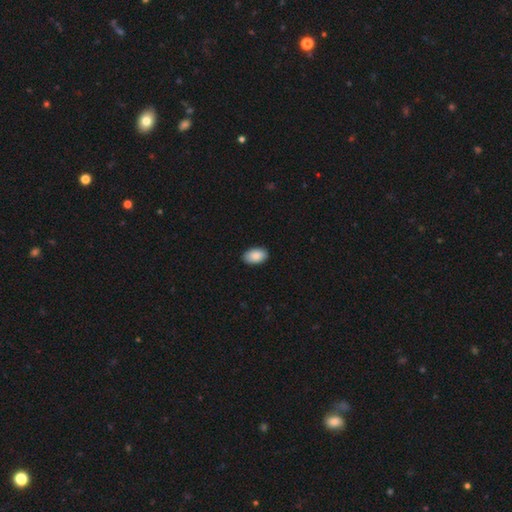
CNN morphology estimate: Q: Smooth or featured?
A: smooth (89%); runner-up: star or artifact (7%)
Q: How rounded?
A: in between (94%); runner-up: round (5%)
Q: Merging?
A: none (90%); runner-up: minor disturbance (8%)